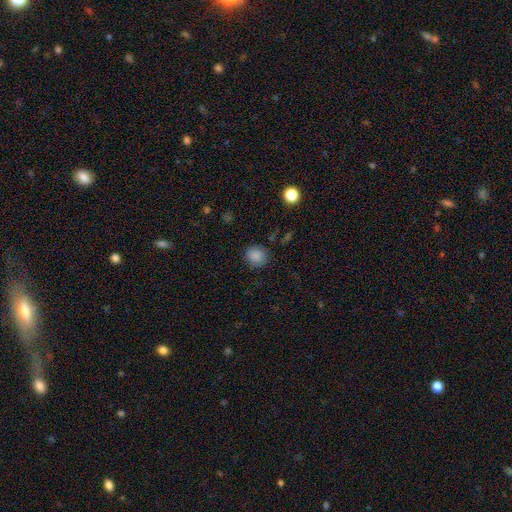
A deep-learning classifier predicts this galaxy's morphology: Smooth or featured? Predicted: smooth (p=0.85). How rounded? Predicted: round (p=0.81). Merging? Predicted: none (p=0.84).